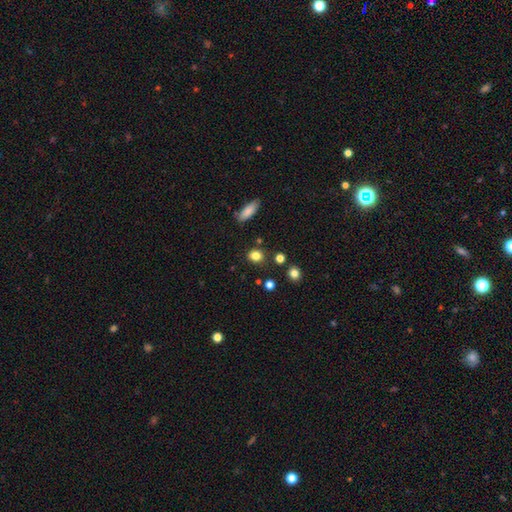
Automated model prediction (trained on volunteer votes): The model was most divided on "how rounded": round: 66%, in between: 33%, cigar-shaped: 2%. More confident: merging — none (83%); smooth or featured — smooth (82%).